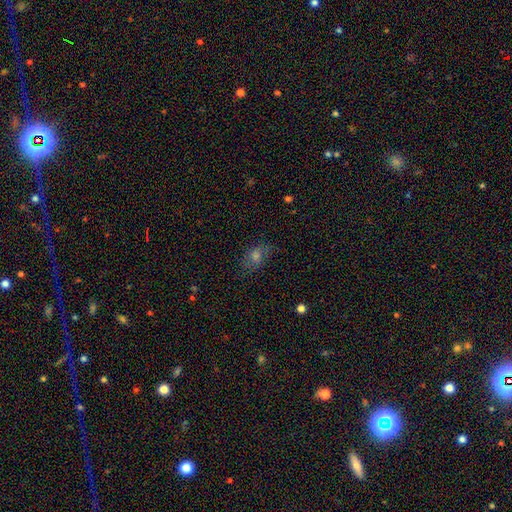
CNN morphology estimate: Smooth or featured?
  - smooth: 52% *
  - star or artifact: 25%
  - featured or disk: 23%
How rounded?
  - in between: 72% *
  - round: 25%
  - cigar-shaped: 3%
Merging?
  - none: 68% *
  - minor disturbance: 20%
  - major disturbance: 10%
  - merger: 2%